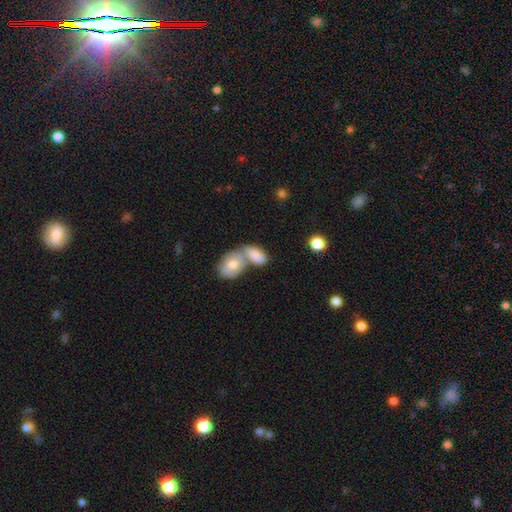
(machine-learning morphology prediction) Overall: smooth (80%). How rounded: in between (90%). Merging: merger (56%; none 28%).